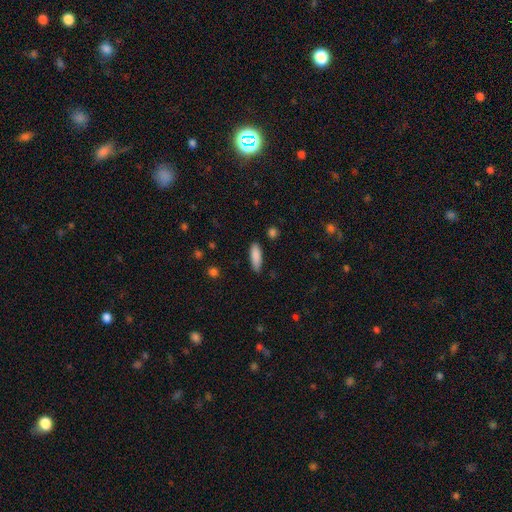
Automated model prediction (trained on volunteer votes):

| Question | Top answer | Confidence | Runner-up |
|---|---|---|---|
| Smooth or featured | smooth | 87% | star or artifact (7%) |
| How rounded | in between | 56% | cigar-shaped (42%) |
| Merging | none | 81% | minor disturbance (14%) |